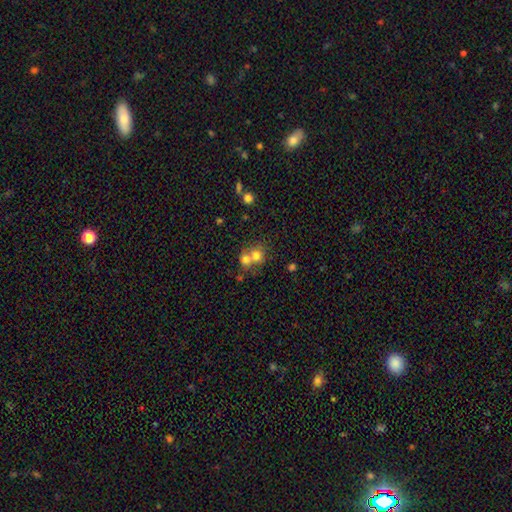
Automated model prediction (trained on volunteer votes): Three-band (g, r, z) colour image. It shows a smooth galaxy with no disk features (72%) that is round (79%). Merging: merger (60%).